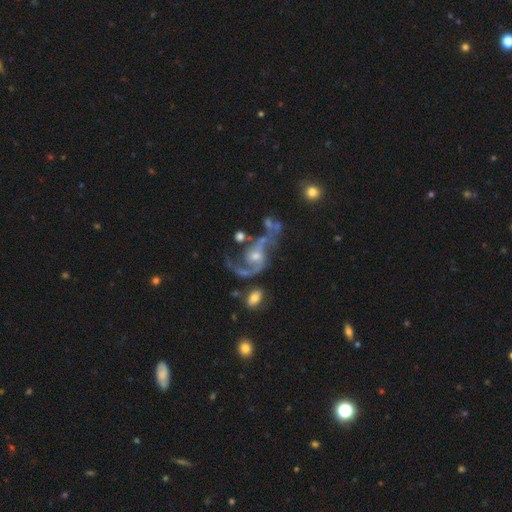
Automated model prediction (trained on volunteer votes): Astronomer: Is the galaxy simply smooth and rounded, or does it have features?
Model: featured or disk — 81%.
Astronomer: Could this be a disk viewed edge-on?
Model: no — 96%.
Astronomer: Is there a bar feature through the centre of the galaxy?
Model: no — 56% (runner-up: weak, 33%).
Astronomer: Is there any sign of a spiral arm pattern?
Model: yes — 87%.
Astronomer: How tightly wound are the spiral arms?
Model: loose — 54% (runner-up: medium, 35%).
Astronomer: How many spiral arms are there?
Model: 2 — 67%.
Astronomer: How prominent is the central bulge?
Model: small — 48% (runner-up: moderate, 39%).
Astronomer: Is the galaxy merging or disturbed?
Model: none — 32% (runner-up: major disturbance, 29%).